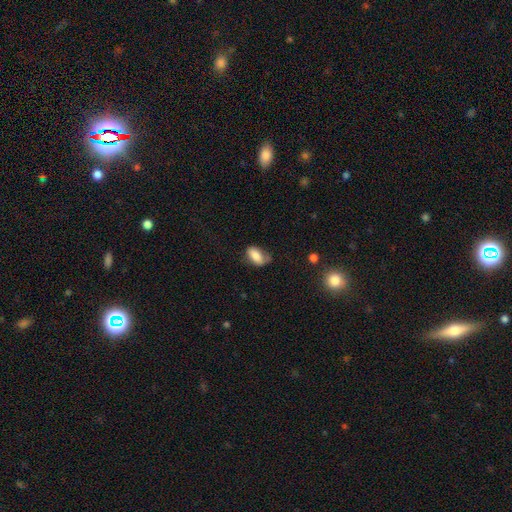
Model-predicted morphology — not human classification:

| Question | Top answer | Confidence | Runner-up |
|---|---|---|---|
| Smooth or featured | smooth | 79% | featured or disk (14%) |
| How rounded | in between | 90% | cigar-shaped (5%) |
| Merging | none | 50% | minor disturbance (34%) |